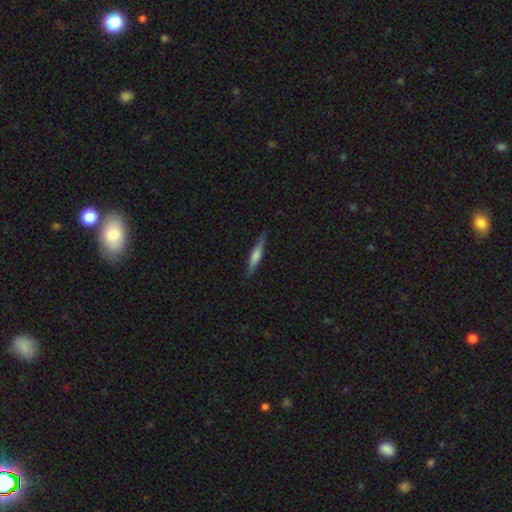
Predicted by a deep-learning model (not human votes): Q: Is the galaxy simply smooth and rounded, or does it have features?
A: featured or disk — 51%.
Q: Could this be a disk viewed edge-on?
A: yes — 96%.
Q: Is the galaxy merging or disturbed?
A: none — 87%.